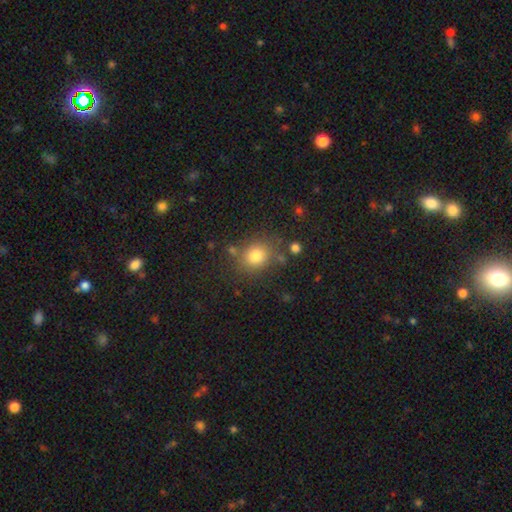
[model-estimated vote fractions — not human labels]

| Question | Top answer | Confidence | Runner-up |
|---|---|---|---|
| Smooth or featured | smooth | 80% | star or artifact (12%) |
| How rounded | round | 74% | in between (25%) |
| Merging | none | 75% | minor disturbance (13%) |